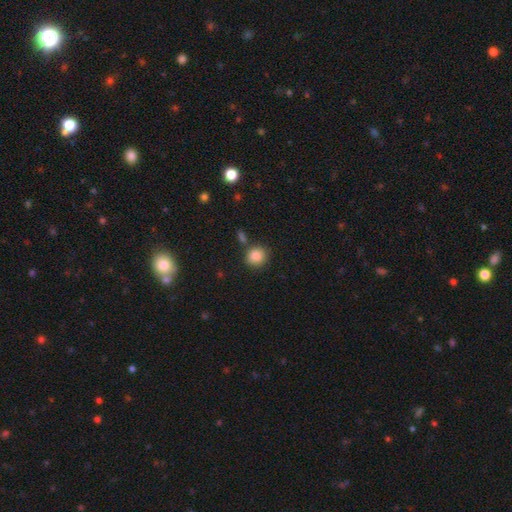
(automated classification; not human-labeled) Morphology: type=smooth (86%); roundness=round (85%); merging=none (76%).